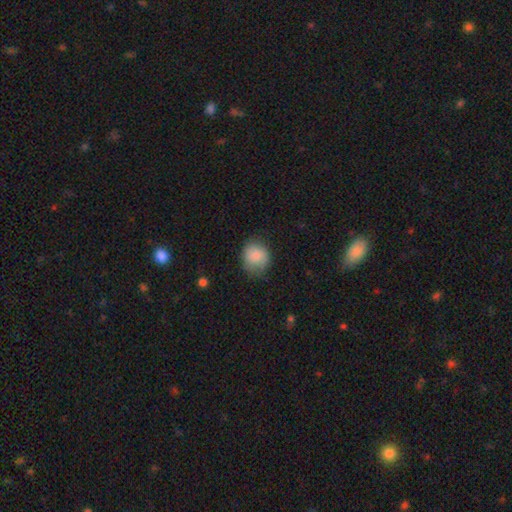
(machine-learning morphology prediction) Smooth or featured: smooth — 83% (featured or disk — 9%)
How rounded: round — 77% (in between — 22%)
Merging: none — 68% (minor disturbance — 24%)